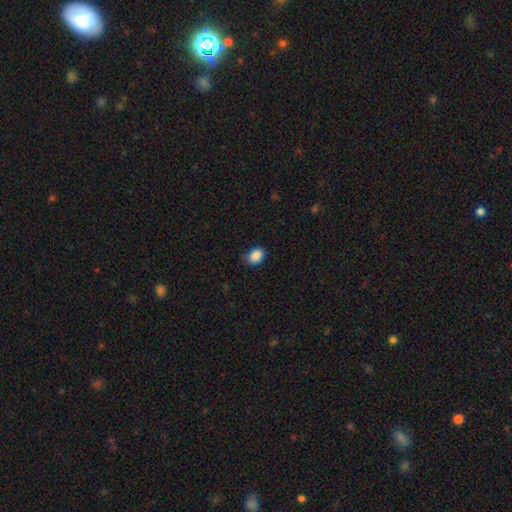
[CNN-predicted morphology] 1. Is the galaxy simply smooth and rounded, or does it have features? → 88% smooth, 8% star or artifact, 3% featured or disk.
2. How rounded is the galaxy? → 78% in between, 21% round, 1% cigar-shaped.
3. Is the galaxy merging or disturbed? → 76% none, 20% minor disturbance, 3% major disturbance, 1% merger.